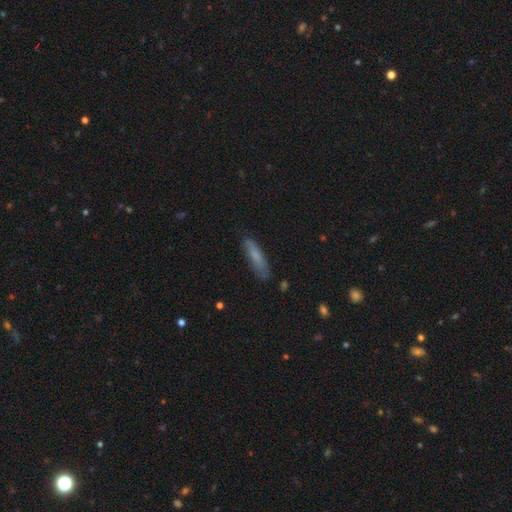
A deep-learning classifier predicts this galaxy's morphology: Smooth or featured? Predicted: smooth (p=0.72). How rounded? Predicted: cigar-shaped (p=0.76). Merging? Predicted: none (p=0.78).